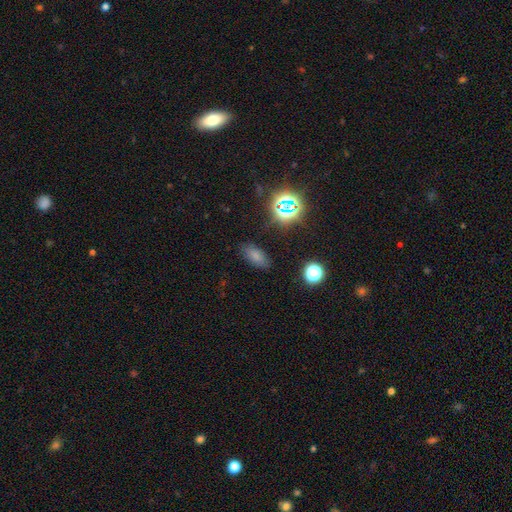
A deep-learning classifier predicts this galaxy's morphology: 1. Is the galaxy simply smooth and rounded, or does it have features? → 73% smooth, 19% star or artifact, 8% featured or disk.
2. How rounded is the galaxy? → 88% in between, 7% cigar-shaped, 6% round.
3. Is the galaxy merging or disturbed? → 83% none, 12% minor disturbance, 4% major disturbance, 2% merger.